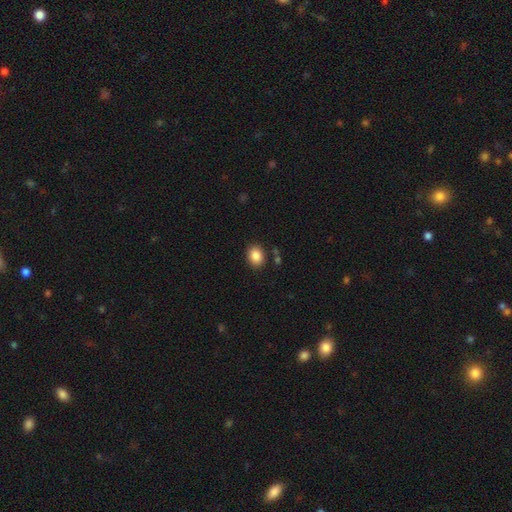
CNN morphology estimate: smooth 87%, star or artifact 9%, featured or disk 4%. Down the decision tree: how rounded — in between (60%); merging — none (86%).